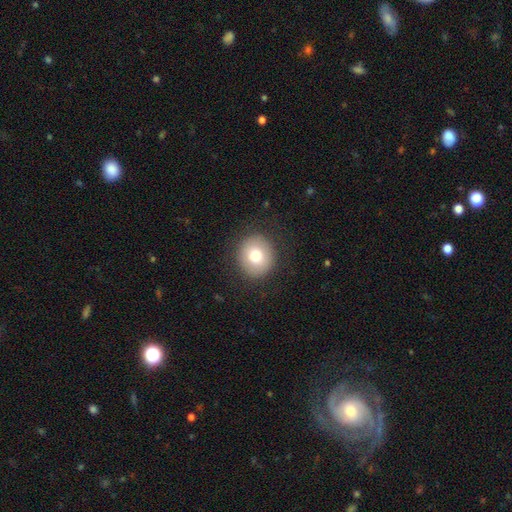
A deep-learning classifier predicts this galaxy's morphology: The model was most divided on "smooth or featured": smooth: 75%, featured or disk: 15%, star or artifact: 10%. More confident: merging — none (88%); how rounded — round (86%).